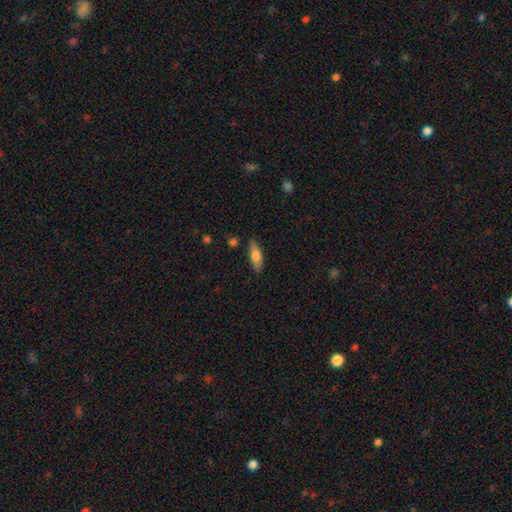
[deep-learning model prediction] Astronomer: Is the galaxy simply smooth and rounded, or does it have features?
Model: smooth — 66%.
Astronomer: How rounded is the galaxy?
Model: in between — 56% (runner-up: cigar-shaped, 42%).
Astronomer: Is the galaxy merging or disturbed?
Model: none — 84%.